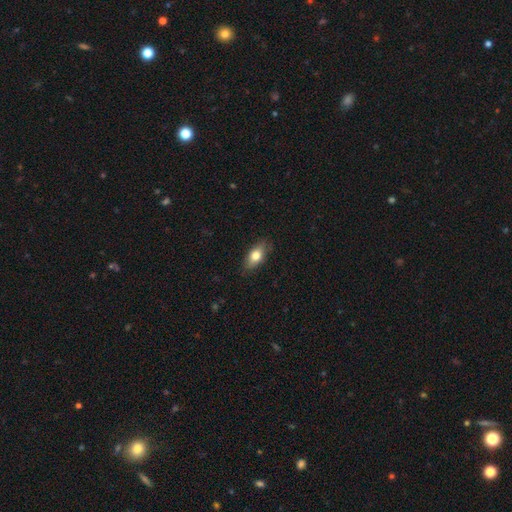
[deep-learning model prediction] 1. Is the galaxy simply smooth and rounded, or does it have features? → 75% smooth, 18% featured or disk, 7% star or artifact.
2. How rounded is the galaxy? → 84% in between, 11% cigar-shaped, 5% round.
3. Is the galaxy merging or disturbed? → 84% none, 13% minor disturbance, 2% major disturbance, 1% merger.